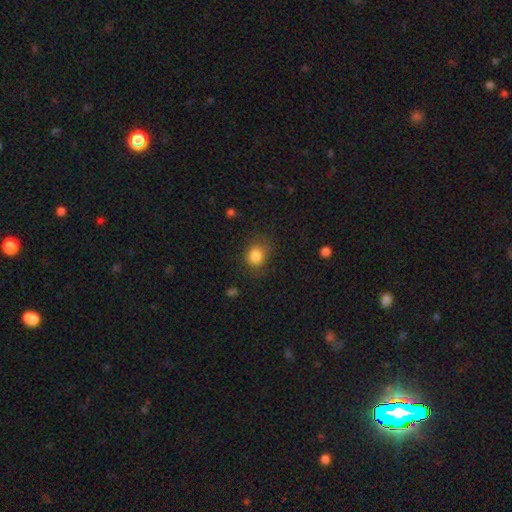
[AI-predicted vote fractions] Morphology: type=smooth (84%); roundness=round (66%); merging=none (74%).